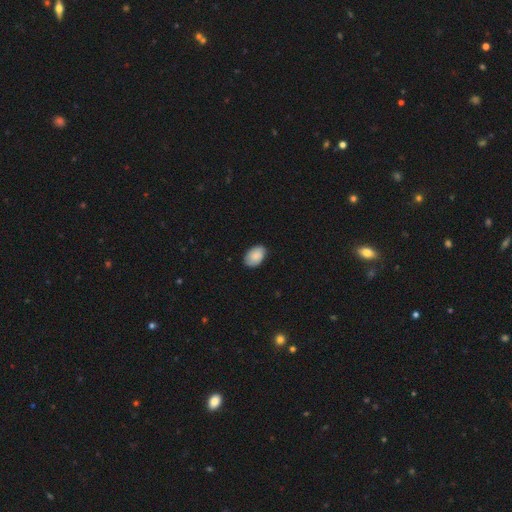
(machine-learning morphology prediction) Overall: smooth (83%). How rounded: in between (89%). Merging: none (82%).